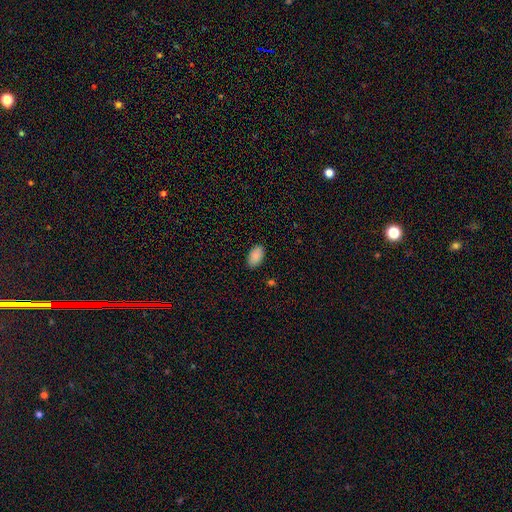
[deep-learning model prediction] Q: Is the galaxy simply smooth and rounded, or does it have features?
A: smooth — 89%.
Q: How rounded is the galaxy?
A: in between — 94%.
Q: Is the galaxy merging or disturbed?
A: none — 87%.